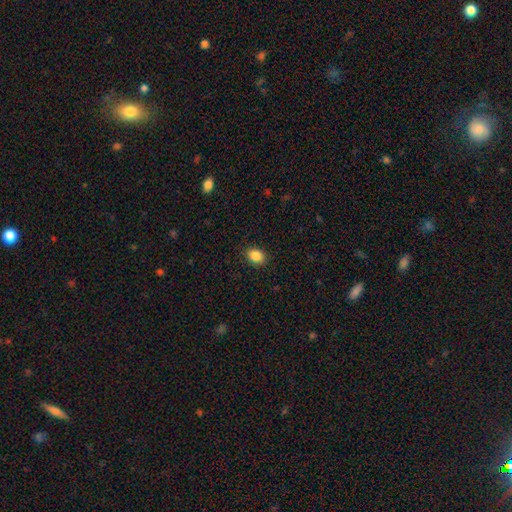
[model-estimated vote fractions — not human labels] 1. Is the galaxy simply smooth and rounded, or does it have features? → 87% smooth, 9% star or artifact, 4% featured or disk.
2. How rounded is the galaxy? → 63% in between, 36% round, 1% cigar-shaped.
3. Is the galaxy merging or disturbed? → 88% none, 8% minor disturbance, 2% major disturbance, 1% merger.